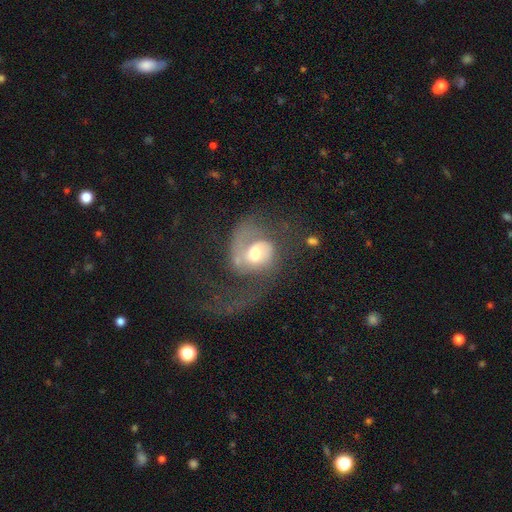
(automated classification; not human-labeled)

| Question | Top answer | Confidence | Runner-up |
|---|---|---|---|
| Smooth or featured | featured or disk | 75% | smooth (19%) |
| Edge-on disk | no | 97% | yes (3%) |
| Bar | no | 63% | weak (31%) |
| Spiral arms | yes | 88% | no (12%) |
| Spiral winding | medium | 40% | tied: loose (40%) |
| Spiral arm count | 1 | 48% | 2 (39%) |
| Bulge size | moderate | 64% | large (22%) |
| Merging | major disturbance | 50% | none (30%) |